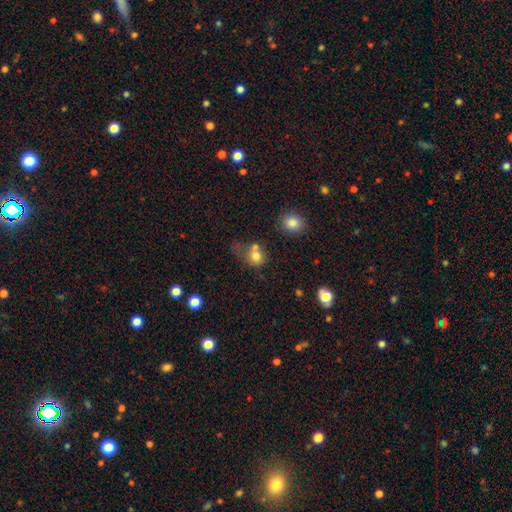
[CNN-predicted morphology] A smooth galaxy with no disk features (76%) that is round (63%). Merging: merger (37%).